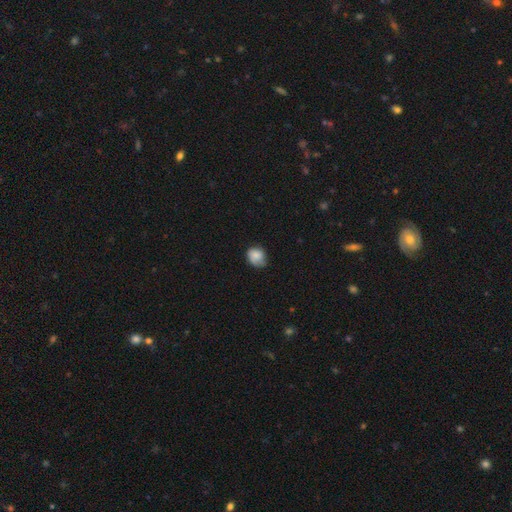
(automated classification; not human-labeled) Smooth or featured? smooth (79%)
How rounded? round (58%)
Merging? none (55%)